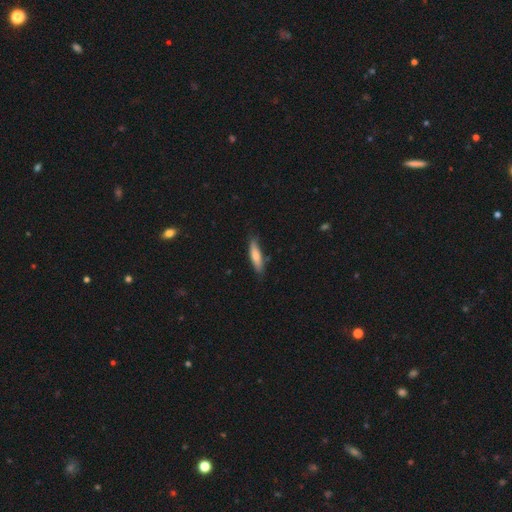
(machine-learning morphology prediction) This is likely a smooth galaxy (72%). How rounded: likely cigar-shaped (76%). Merging: clearly none (81%).